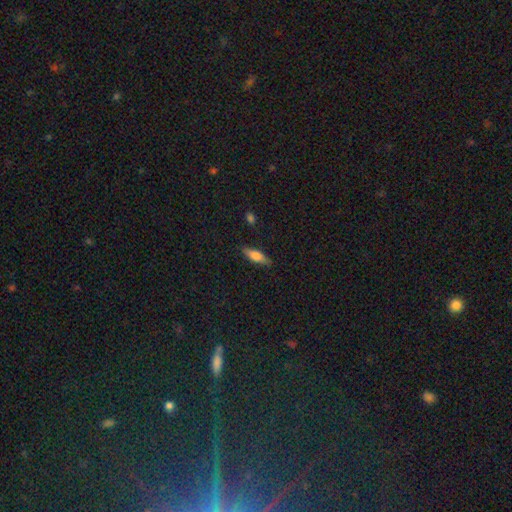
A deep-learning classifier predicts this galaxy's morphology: The model was most divided on "how rounded": cigar-shaped: 50%, in between: 47%, round: 3%. More confident: merging — none (86%); smooth or featured — smooth (63%).